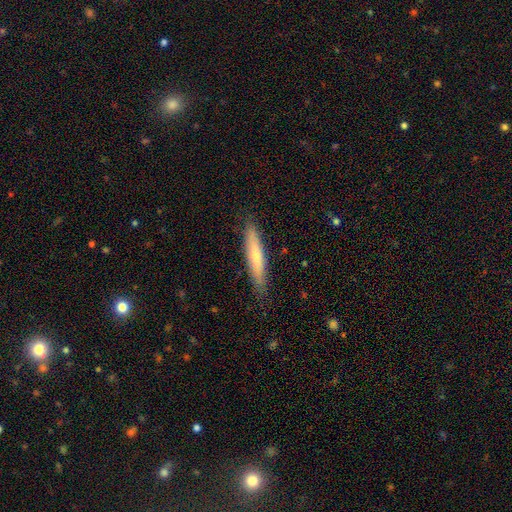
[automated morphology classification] The model was most divided on "smooth or featured": smooth: 64%, featured or disk: 30%, star or artifact: 6%. More confident: how rounded — cigar-shaped (88%); merging — none (86%).